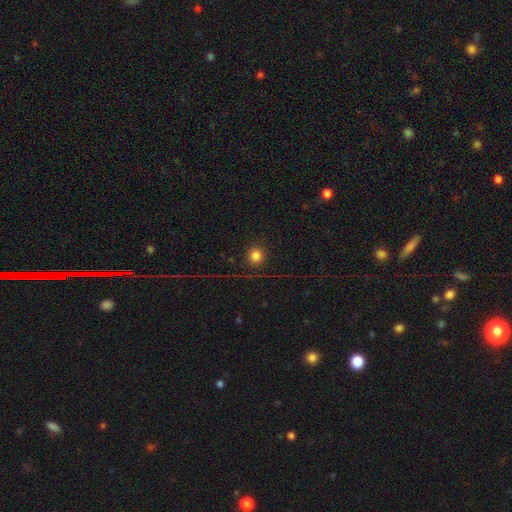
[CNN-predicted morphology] Smooth or featured: smooth — 79% (star or artifact — 15%)
How rounded: round — 89% (in between — 10%)
Merging: none — 88% (minor disturbance — 7%)